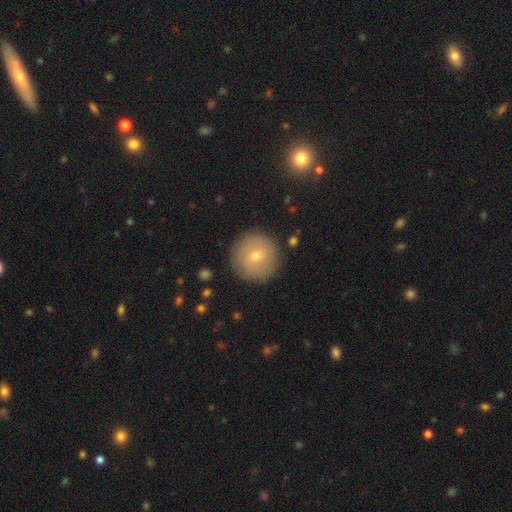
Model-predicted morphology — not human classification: Smooth or featured? Predicted: smooth (p=0.62). How rounded? Predicted: round (p=0.96). Merging? Predicted: none (p=0.89).